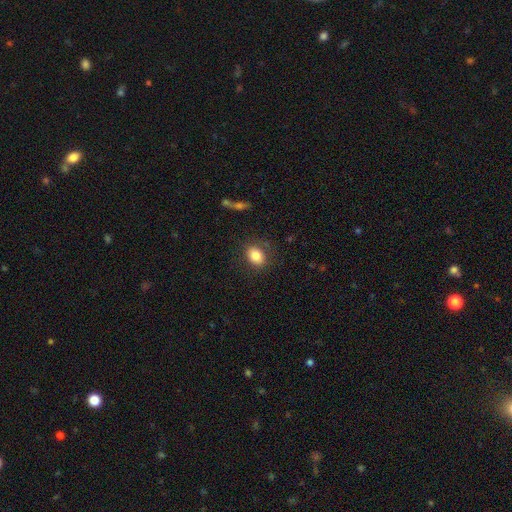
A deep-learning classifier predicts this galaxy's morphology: This appears to be a smooth galaxy with no disk features (84%) that is in between round and cigar-shaped (64%). Merging: none (81%).